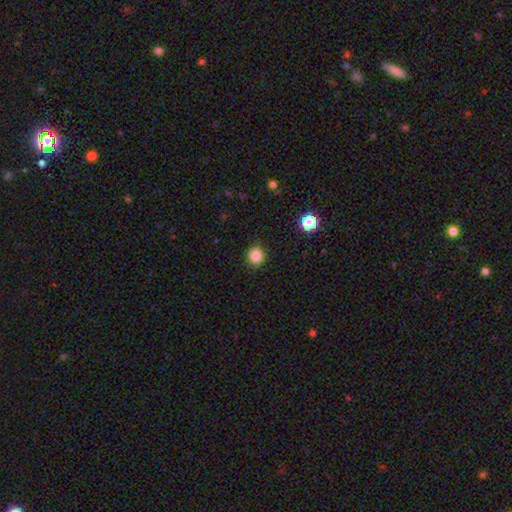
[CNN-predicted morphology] Smooth or featured?
  - smooth: 84% *
  - star or artifact: 11%
  - featured or disk: 4%
How rounded?
  - round: 88% *
  - in between: 11%
  - cigar-shaped: 1%
Merging?
  - none: 91% *
  - minor disturbance: 6%
  - major disturbance: 2%
  - merger: 1%